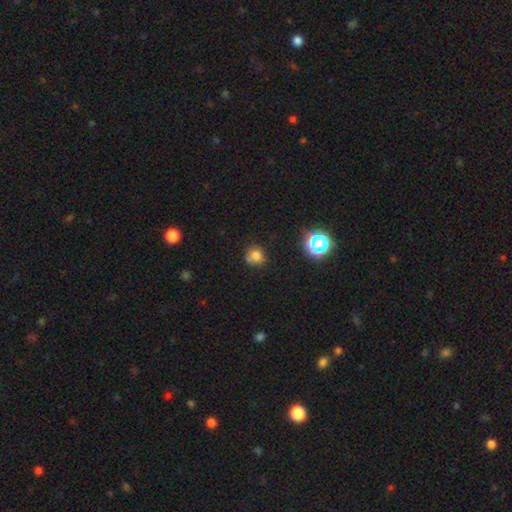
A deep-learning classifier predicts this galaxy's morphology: A smooth galaxy with no disk features (74%) that is round (83%). Merging: none (62%).